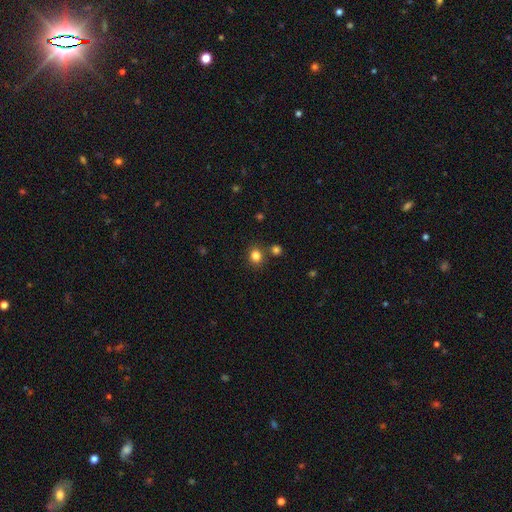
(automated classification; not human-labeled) This appears to be a smooth galaxy with no disk features (83%) that is round (72%). Merging: none (79%).